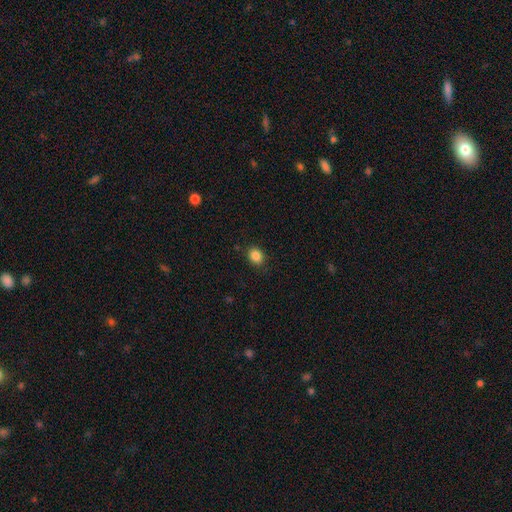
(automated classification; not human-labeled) smooth 86%, star or artifact 10%, featured or disk 4%. Down the decision tree: how rounded — round (57%); merging — none (87%).